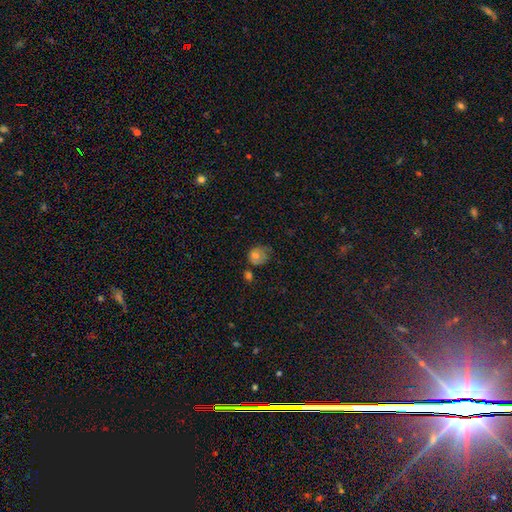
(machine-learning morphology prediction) smooth-or-featured: smooth: 71% | featured or disk: 18% | star or artifact: 11%
  how-rounded: round: 70% | in between: 29% | cigar-shaped: 1%
  merging: none: 40% | minor disturbance: 32% | major disturbance: 17% | merger: 11%